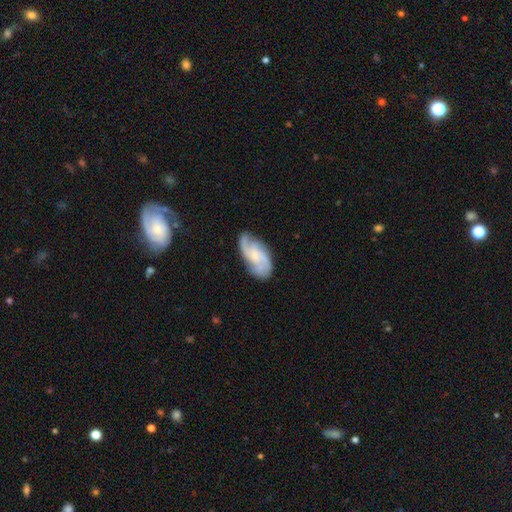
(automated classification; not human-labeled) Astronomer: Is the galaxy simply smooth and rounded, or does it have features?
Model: featured or disk — 78%.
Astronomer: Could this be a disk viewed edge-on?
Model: no — 96%.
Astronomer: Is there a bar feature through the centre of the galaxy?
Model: no — 62%.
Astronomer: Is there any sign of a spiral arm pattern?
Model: yes — 95%.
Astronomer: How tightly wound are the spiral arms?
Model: medium — 47% (runner-up: loose, 28%).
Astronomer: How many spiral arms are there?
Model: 3 — 39% (runner-up: 2, 33%).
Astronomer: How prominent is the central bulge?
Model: small — 54%.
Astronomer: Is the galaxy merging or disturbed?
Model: none — 71%.